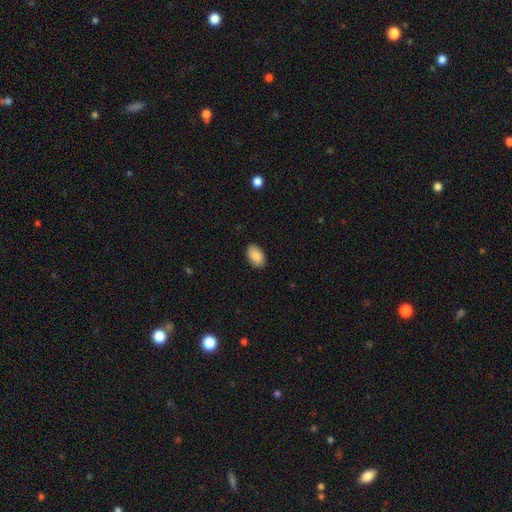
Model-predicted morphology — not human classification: A smooth galaxy with no disk features (89%) that is in between round and cigar-shaped (91%). Merging: none (86%).